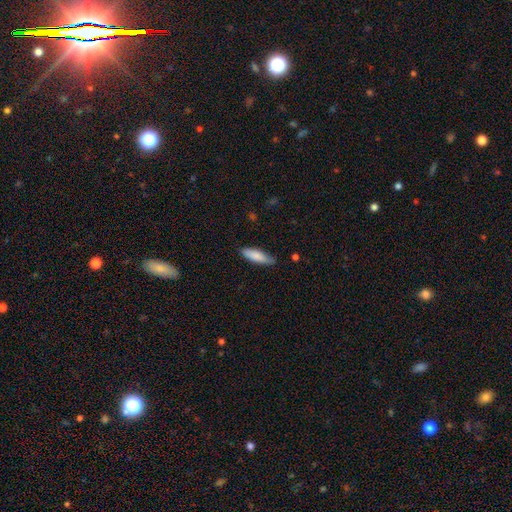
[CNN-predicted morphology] Smooth or featured?
  - smooth: 83% *
  - featured or disk: 11%
  - star or artifact: 6%
How rounded?
  - cigar-shaped: 57% *
  - in between: 42%
  - round: 2%
Merging?
  - none: 79% *
  - minor disturbance: 17%
  - major disturbance: 3%
  - merger: 1%